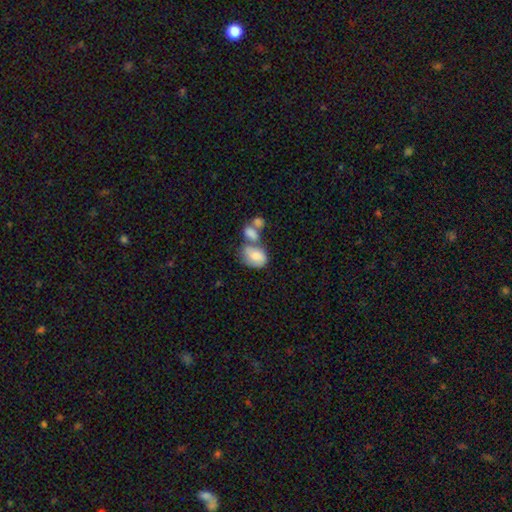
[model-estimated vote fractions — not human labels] smooth_or_featured: smooth (p=0.63) [alt: featured or disk p=0.29]
how_rounded: in between (p=0.77) [alt: round p=0.22]
merging: merger (p=0.55) [alt: none p=0.22]